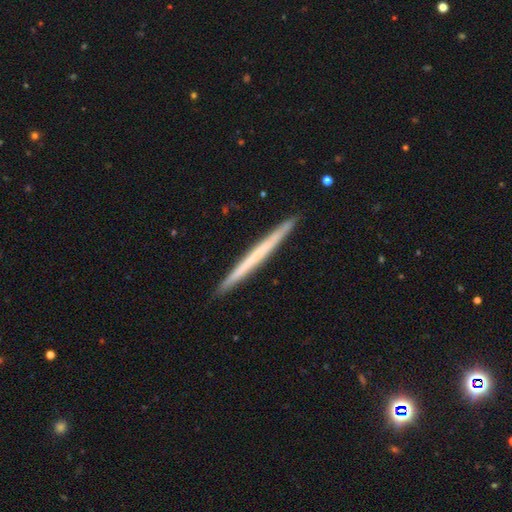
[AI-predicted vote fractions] smooth-or-featured: featured or disk: 49% | smooth: 46% | star or artifact: 5%
  merging: none: 93% | minor disturbance: 5% | major disturbance: 1% | merger: 1%